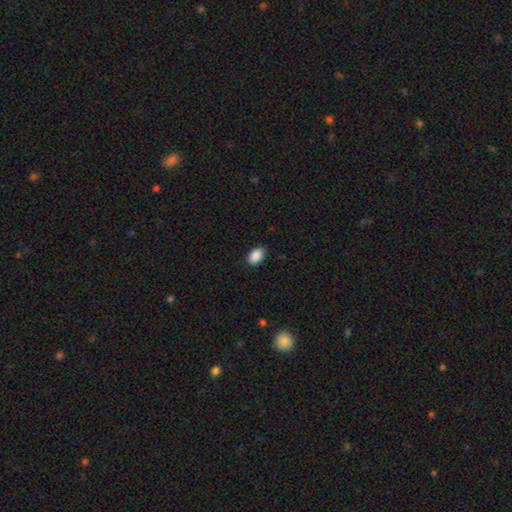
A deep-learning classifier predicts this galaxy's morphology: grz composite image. It shows a smooth galaxy with no disk features (90%) that is in between round and cigar-shaped (88%). Merging: none (86%).